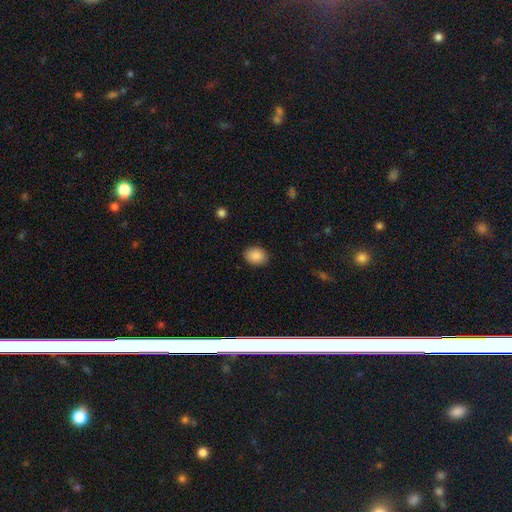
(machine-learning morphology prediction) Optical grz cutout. It shows a smooth galaxy with no disk features (88%) that is in between round and cigar-shaped (65%). Merging: none (89%).